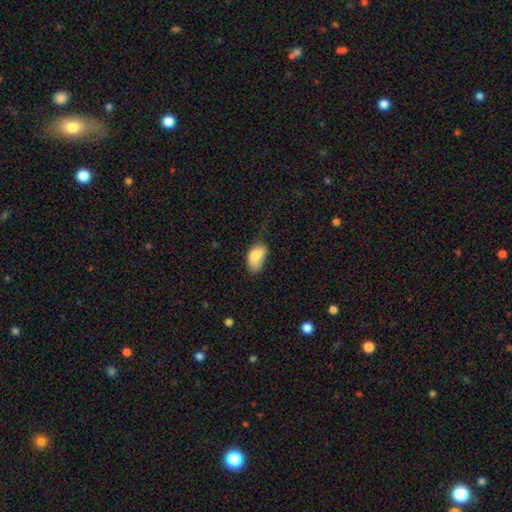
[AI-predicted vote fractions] A smooth galaxy with no disk features (78%) that is in between round and cigar-shaped (92%).

Vote fractions:
- Smooth or featured? smooth: 78% / featured or disk: 13% / star or artifact: 8%
- How rounded? in between: 92% / round: 5% / cigar-shaped: 3%
- Merging? none: 37% / minor disturbance: 35% / major disturbance: 15% / merger: 13%